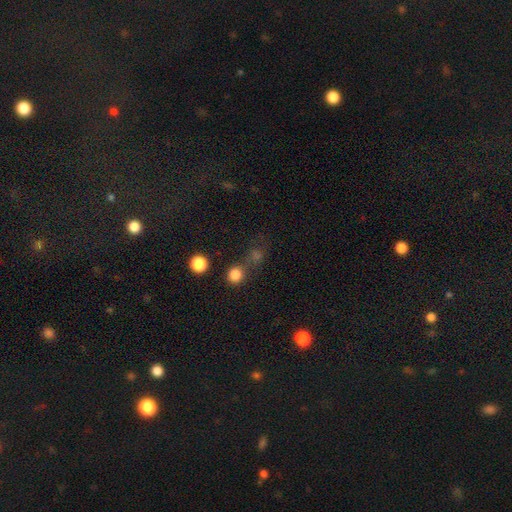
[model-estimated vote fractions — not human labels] smooth_or_featured: smooth (p=0.57) [alt: star or artifact p=0.33]
how_rounded: round (p=0.84) [alt: in between p=0.13]
merging: none (p=0.58) [alt: merger p=0.24]